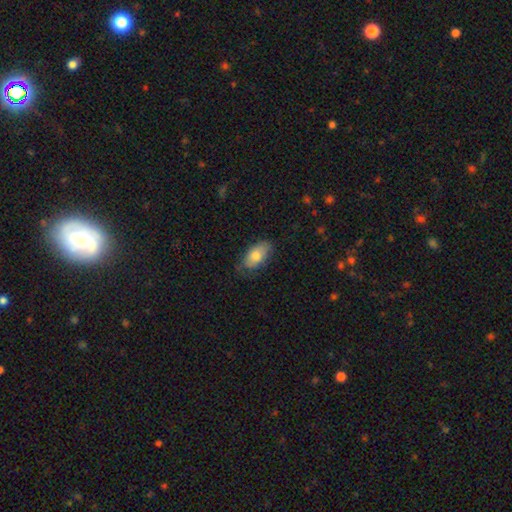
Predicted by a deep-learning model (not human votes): Smooth or featured? smooth (76%)
How rounded? in between (92%)
Merging? none (66%)